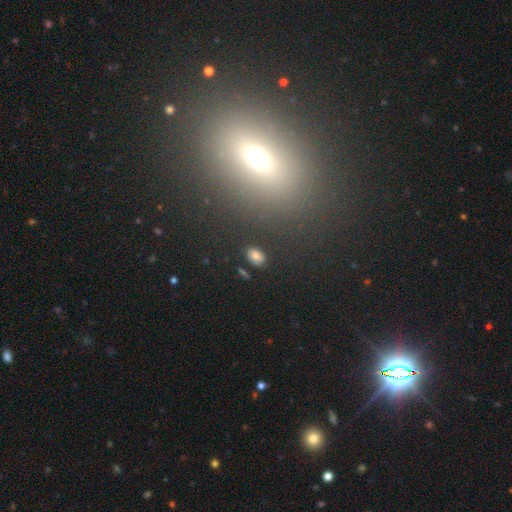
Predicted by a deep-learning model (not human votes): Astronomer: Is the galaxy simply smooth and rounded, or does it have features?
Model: smooth — 76%.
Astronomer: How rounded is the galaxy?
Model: in between — 86%.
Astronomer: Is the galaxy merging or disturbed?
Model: none — 87%.